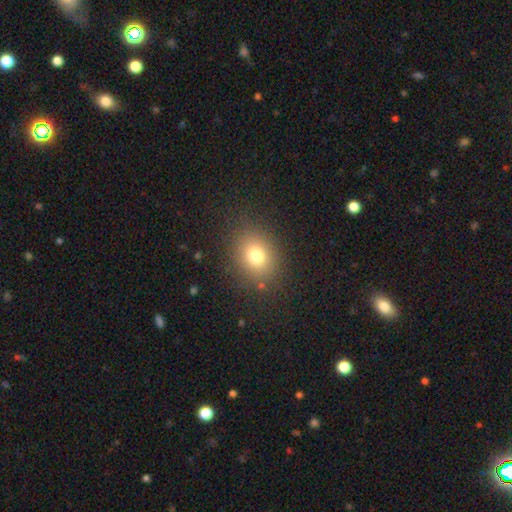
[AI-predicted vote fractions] smooth-or-featured: smooth: 76% | star or artifact: 14% | featured or disk: 10%
  how-rounded: round: 57% | in between: 42% | cigar-shaped: 1%
  merging: none: 85% | minor disturbance: 9% | major disturbance: 4% | merger: 1%